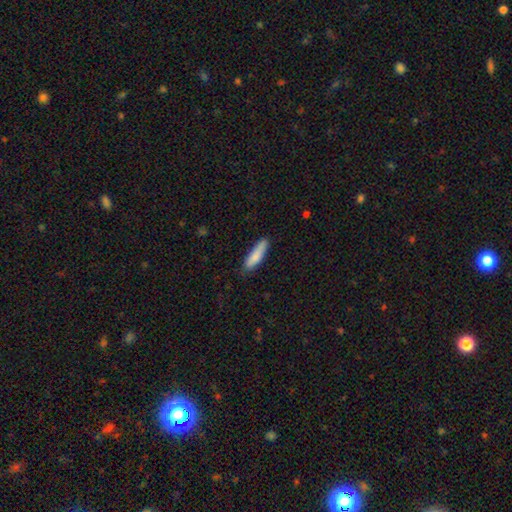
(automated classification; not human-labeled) Q: Smooth or featured?
A: smooth (84%); runner-up: featured or disk (10%)
Q: How rounded?
A: cigar-shaped (67%); runner-up: in between (31%)
Q: Merging?
A: none (79%); runner-up: minor disturbance (17%)